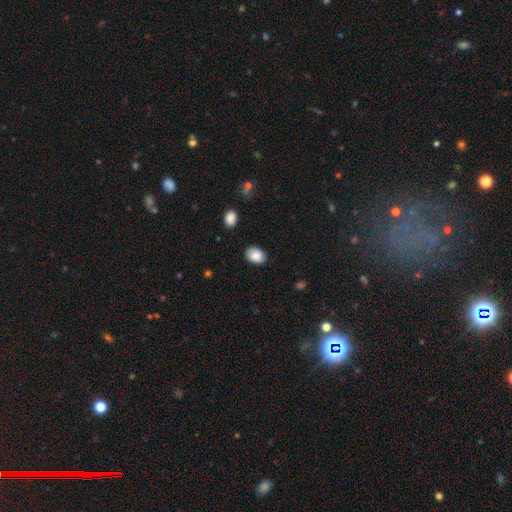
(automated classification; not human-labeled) A smooth galaxy with no disk features (84%) that is in between round and cigar-shaped (74%).

Vote fractions:
- Smooth or featured? smooth: 84% / featured or disk: 8% / star or artifact: 8%
- How rounded? in between: 74% / round: 25% / cigar-shaped: 1%
- Merging? none: 84% / minor disturbance: 12% / major disturbance: 2% / merger: 1%